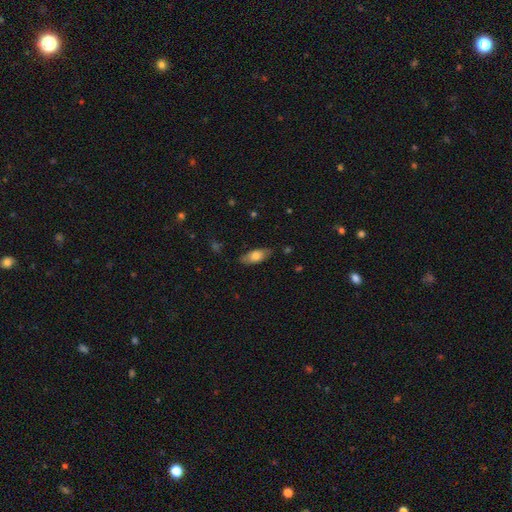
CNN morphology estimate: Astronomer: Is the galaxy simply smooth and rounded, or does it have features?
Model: smooth — 71%.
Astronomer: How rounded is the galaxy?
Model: in between — 81%.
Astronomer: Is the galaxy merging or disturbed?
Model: none — 80%.